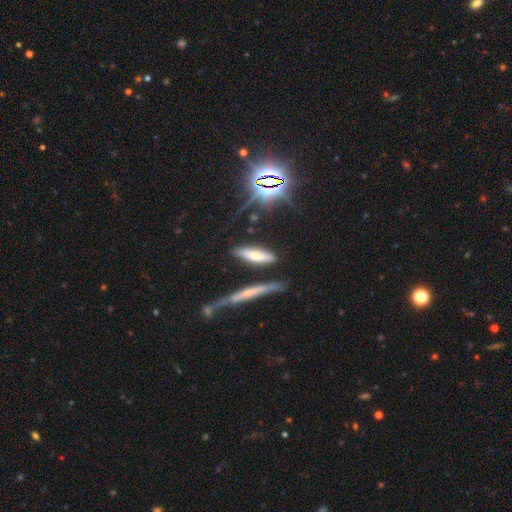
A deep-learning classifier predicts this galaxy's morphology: A smooth galaxy with no disk features (59%) that is cigar-shaped (61%).

Vote fractions:
- Smooth or featured? smooth: 59% / featured or disk: 28% / star or artifact: 12%
- How rounded? cigar-shaped: 61% / in between: 36% / round: 3%
- Merging? none: 72% / minor disturbance: 15% / merger: 7% / major disturbance: 5%